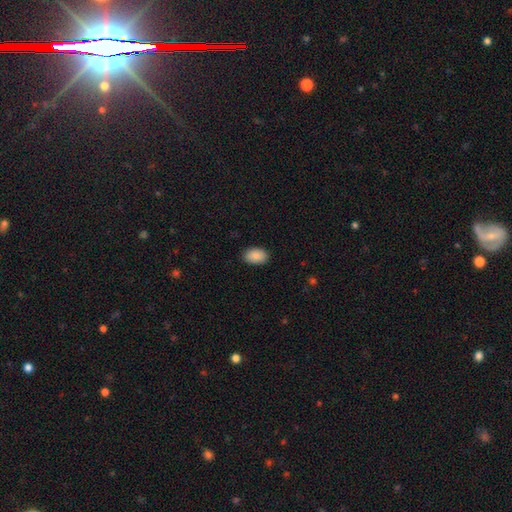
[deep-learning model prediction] The model was most divided on "how rounded": in between: 89%, round: 10%, cigar-shaped: 1%. More confident: smooth or featured — smooth (90%); merging — none (89%).